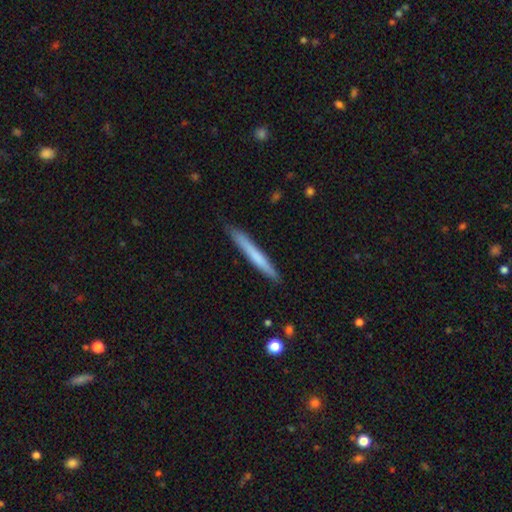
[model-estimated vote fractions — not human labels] Q: Smooth or featured?
A: smooth (64%); runner-up: featured or disk (31%)
Q: How rounded?
A: cigar-shaped (97%); runner-up: in between (2%)
Q: Merging?
A: none (87%); runner-up: minor disturbance (10%)